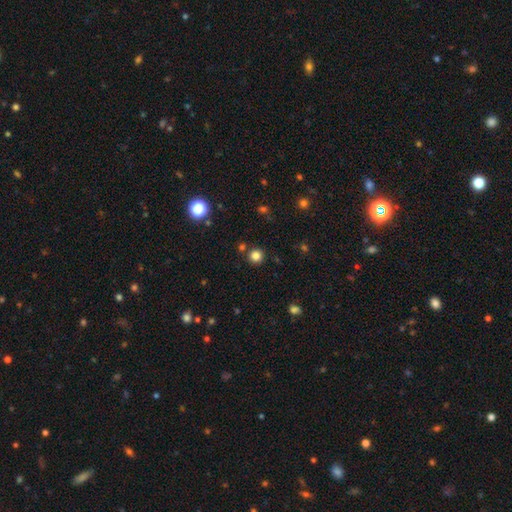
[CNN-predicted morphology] The model was most divided on "smooth or featured": smooth: 81%, star or artifact: 15%, featured or disk: 5%. More confident: how rounded — round (95%); merging — none (87%).